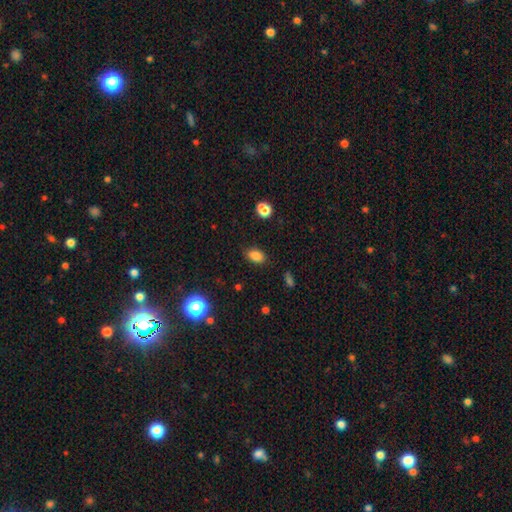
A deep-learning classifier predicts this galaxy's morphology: This appears to be a smooth galaxy with no disk features (83%) that is in between round and cigar-shaped (84%). Merging: none (82%).